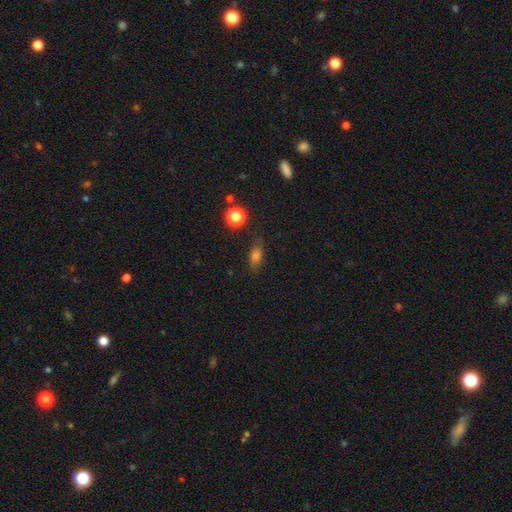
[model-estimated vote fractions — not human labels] Smooth or featured? Predicted: smooth (p=0.72). How rounded? Predicted: in between (p=0.71). Merging? Predicted: none (p=0.77).